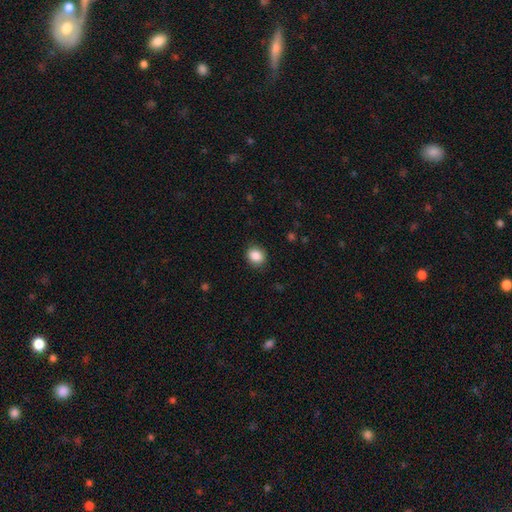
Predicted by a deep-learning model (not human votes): Q: Smooth or featured?
A: smooth (87%); runner-up: star or artifact (9%)
Q: How rounded?
A: round (67%); runner-up: in between (33%)
Q: Merging?
A: none (88%); runner-up: minor disturbance (8%)